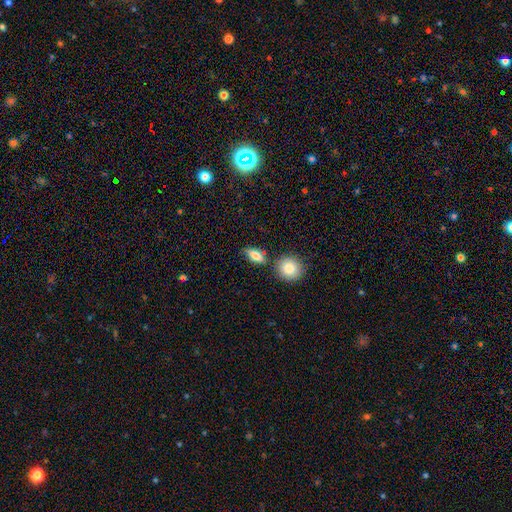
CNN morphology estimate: A smooth galaxy with no disk features (75%) that is in between round and cigar-shaped (69%).

Vote fractions:
- Smooth or featured? smooth: 75% / featured or disk: 17% / star or artifact: 8%
- How rounded? in between: 69% / cigar-shaped: 17% / round: 14%
- Merging? none: 73% / minor disturbance: 14% / merger: 9% / major disturbance: 4%